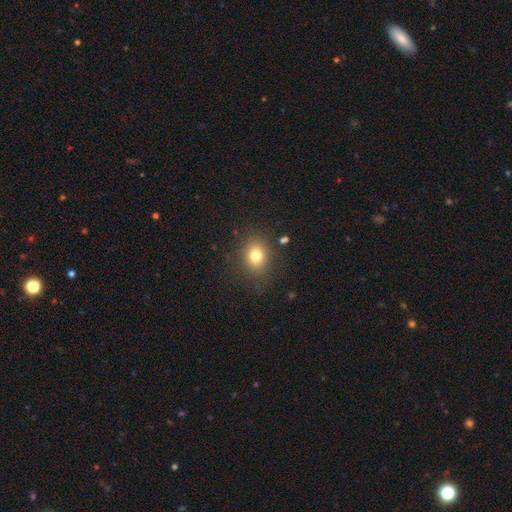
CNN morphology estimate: This appears to be a smooth galaxy with no disk features (78%) that is round (54%). Merging: none (83%).